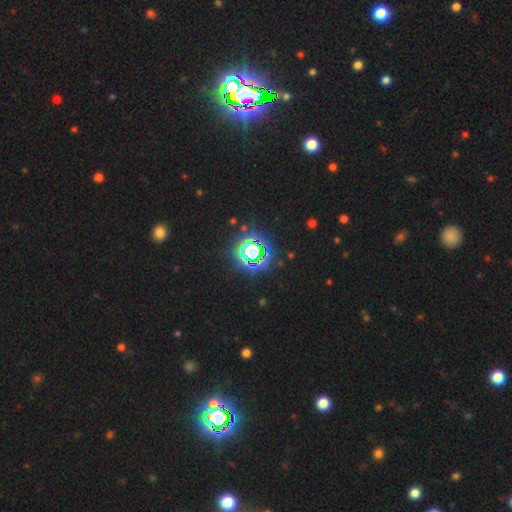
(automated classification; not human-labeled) Smooth or featured: star or artifact — 73% (smooth — 17%)